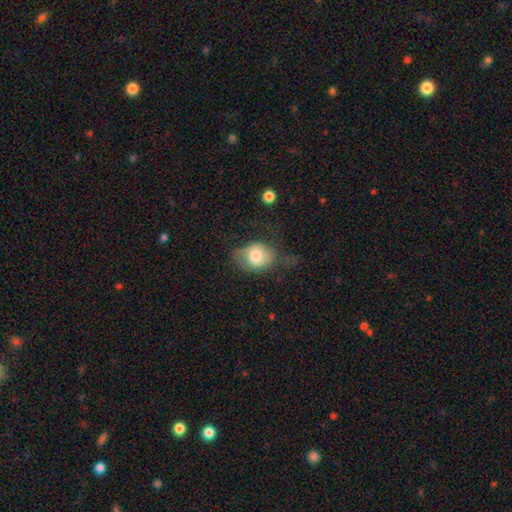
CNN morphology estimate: This is likely a smooth galaxy (74%). How rounded: possibly in between (53%). Merging: marginally none (42%).